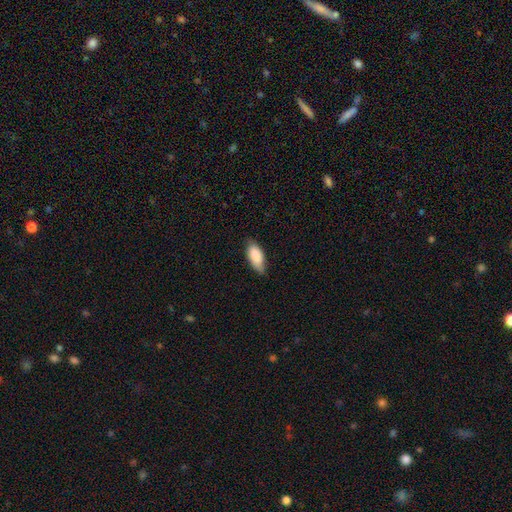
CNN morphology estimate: Q: Smooth or featured?
A: smooth (86%); runner-up: featured or disk (8%)
Q: How rounded?
A: in between (87%); runner-up: cigar-shaped (11%)
Q: Merging?
A: none (72%); runner-up: minor disturbance (23%)